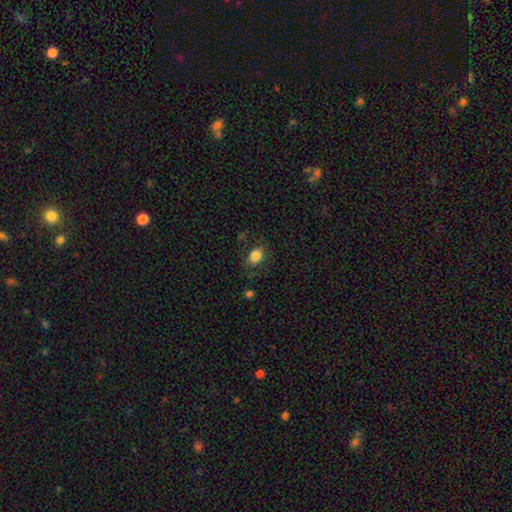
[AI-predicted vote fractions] smooth_or_featured: smooth (p=0.83) [alt: star or artifact p=0.09]
how_rounded: in between (p=0.66) [alt: round p=0.33]
merging: none (p=0.76) [alt: minor disturbance p=0.16]